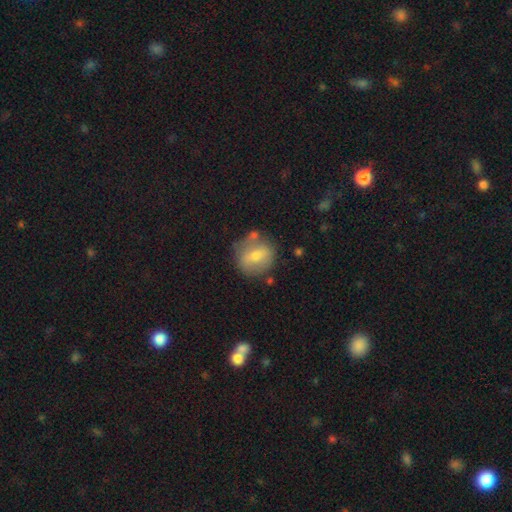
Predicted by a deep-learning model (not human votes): Smooth or featured: smooth — 57% (featured or disk — 34%)
How rounded: round — 80% (in between — 18%)
Merging: none — 74% (minor disturbance — 15%)